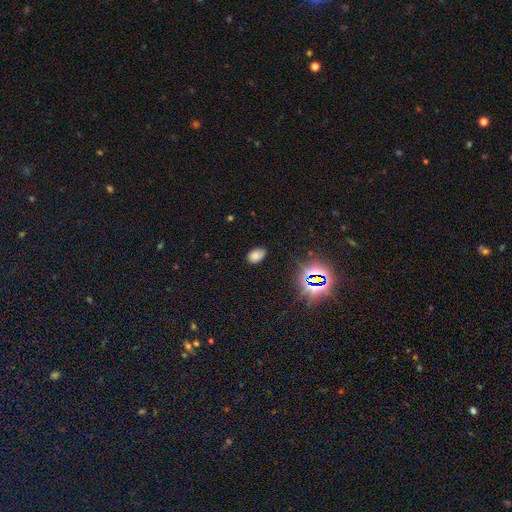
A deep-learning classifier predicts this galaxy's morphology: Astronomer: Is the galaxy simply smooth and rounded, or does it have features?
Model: smooth — 73%.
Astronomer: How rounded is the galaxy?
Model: in between — 89%.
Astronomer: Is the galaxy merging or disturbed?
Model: none — 75%.